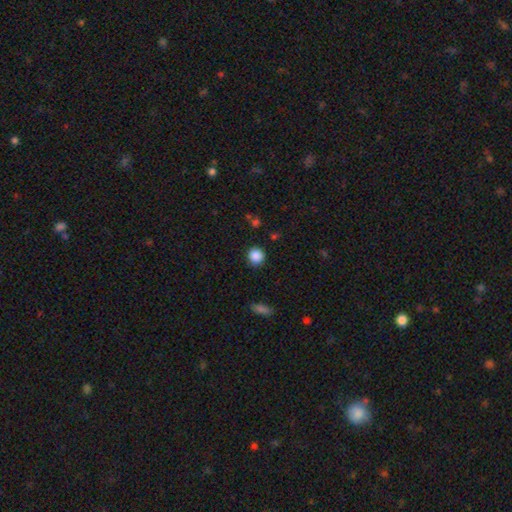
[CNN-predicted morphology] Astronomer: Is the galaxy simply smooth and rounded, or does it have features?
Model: smooth — 87%.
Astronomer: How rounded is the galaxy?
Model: round — 93%.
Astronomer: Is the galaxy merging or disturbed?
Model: none — 88%.